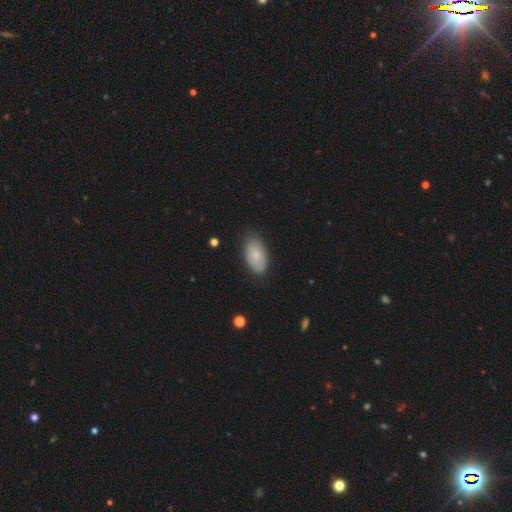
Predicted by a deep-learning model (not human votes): Smooth or featured? smooth (79%)
How rounded? in between (94%)
Merging? none (79%)